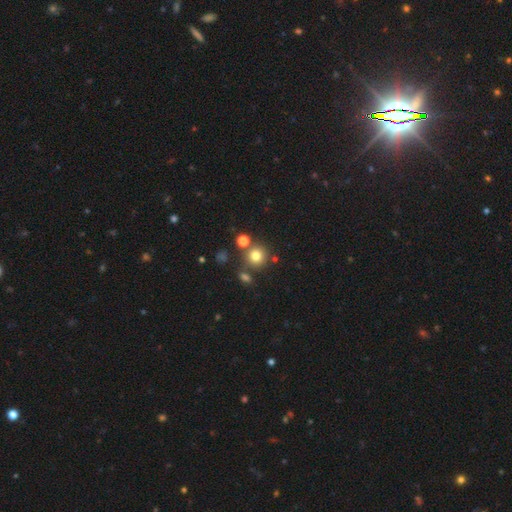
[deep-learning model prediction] Overall: smooth (77%). How rounded: round (91%). Merging: none (74%).